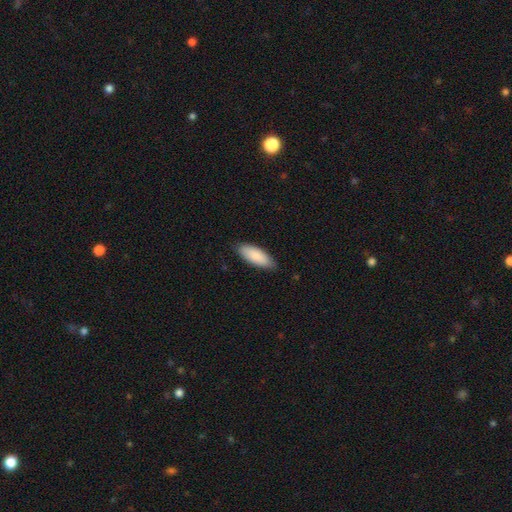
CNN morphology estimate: type=smooth (88%); roundness=in between (75%); merging=none (83%).